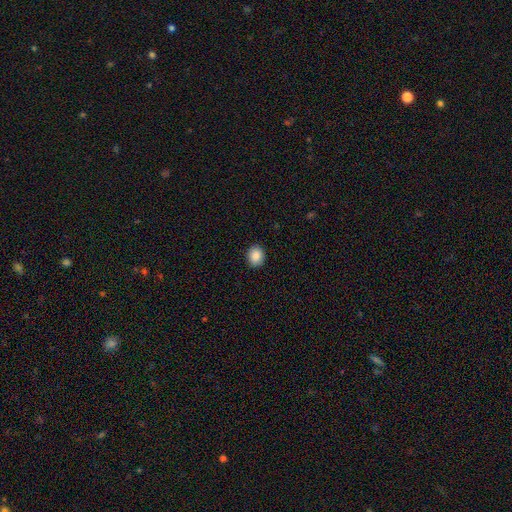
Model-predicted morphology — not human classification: Q: Smooth or featured?
A: smooth (88%); runner-up: star or artifact (8%)
Q: How rounded?
A: round (64%); runner-up: in between (35%)
Q: Merging?
A: none (91%); runner-up: minor disturbance (6%)